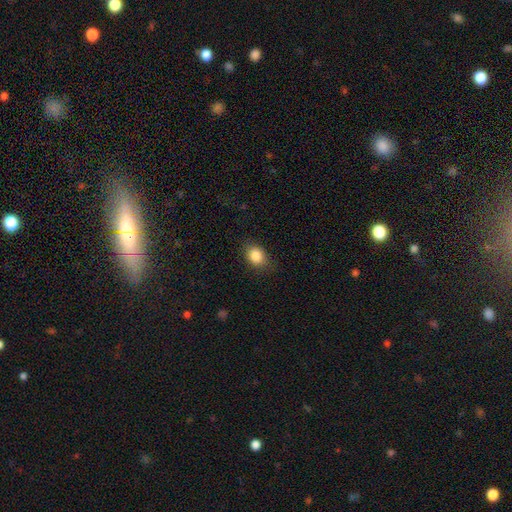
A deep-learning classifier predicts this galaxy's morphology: smooth 86%, star or artifact 9%, featured or disk 5%. Down the decision tree: how rounded — in between (60%); merging — none (82%).